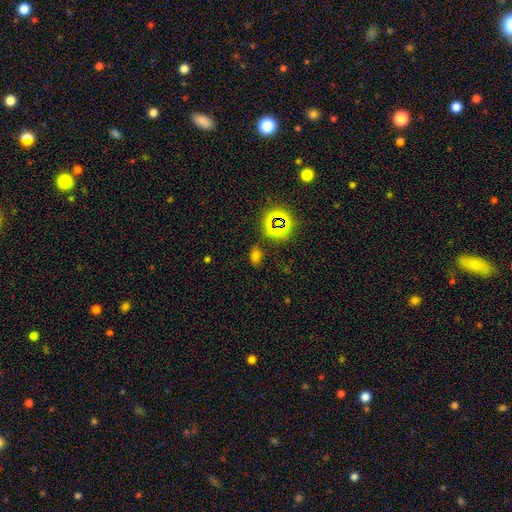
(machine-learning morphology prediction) The model was most divided on "smooth or featured": smooth: 61%, star or artifact: 32%, featured or disk: 7%. More confident: how rounded — in between (81%); merging — none (77%).